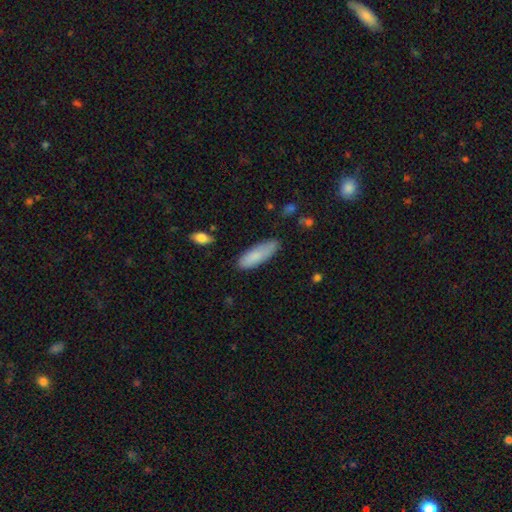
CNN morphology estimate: This is clearly a smooth galaxy (84%). How rounded: likely in between (61%). Merging: likely none (76%).